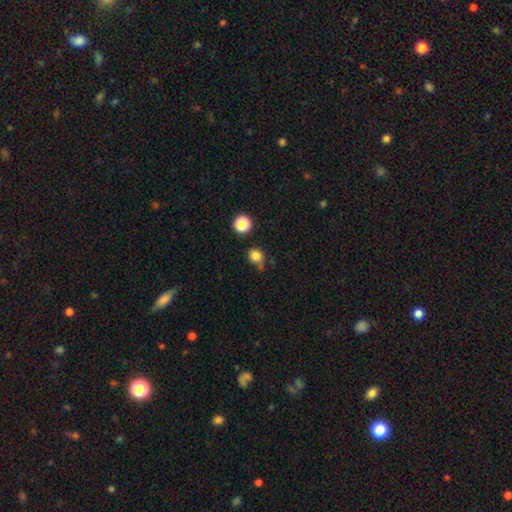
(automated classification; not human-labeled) Smooth or featured? Predicted: smooth (p=0.81). How rounded? Predicted: round (p=0.81). Merging? Predicted: none (p=0.58).